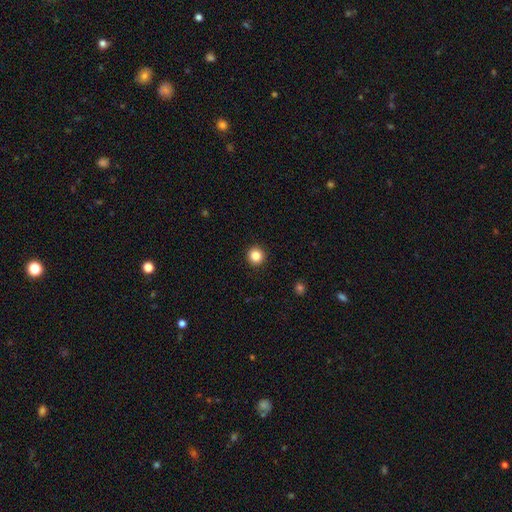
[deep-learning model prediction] A smooth galaxy with no disk features (85%) that is round (95%).

Vote fractions:
- Smooth or featured? smooth: 85% / star or artifact: 11% / featured or disk: 4%
- How rounded? round: 95% / in between: 4% / cigar-shaped: 1%
- Merging? none: 93% / minor disturbance: 4% / major disturbance: 2% / merger: 1%